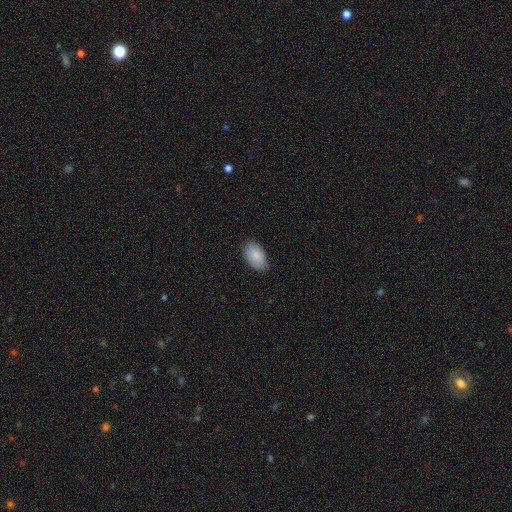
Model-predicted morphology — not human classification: This appears to be a smooth galaxy with no disk features (87%) that is in between round and cigar-shaped (93%). Merging: none (78%).